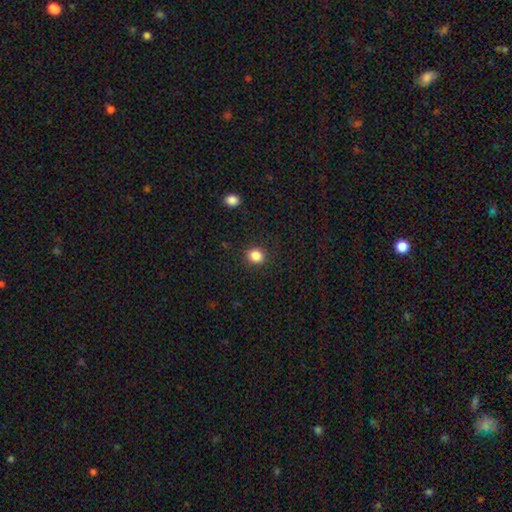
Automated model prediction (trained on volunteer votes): Smooth or featured?
  - smooth: 86% *
  - star or artifact: 10%
  - featured or disk: 4%
How rounded?
  - round: 74% *
  - in between: 25%
  - cigar-shaped: 1%
Merging?
  - none: 88% *
  - minor disturbance: 8%
  - major disturbance: 3%
  - merger: 1%